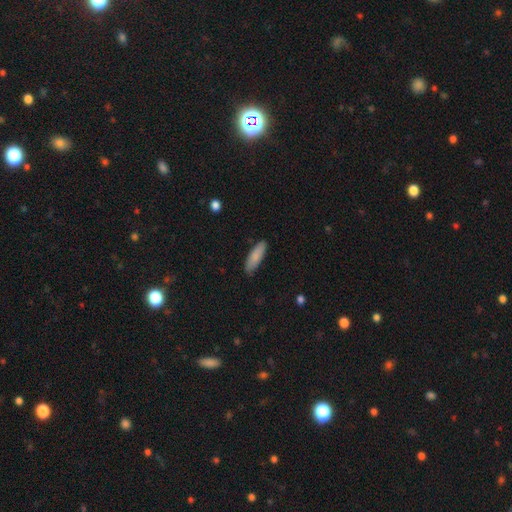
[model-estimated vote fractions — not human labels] A smooth galaxy with no disk features (85%) that is cigar-shaped (50%). Merging: none (84%).